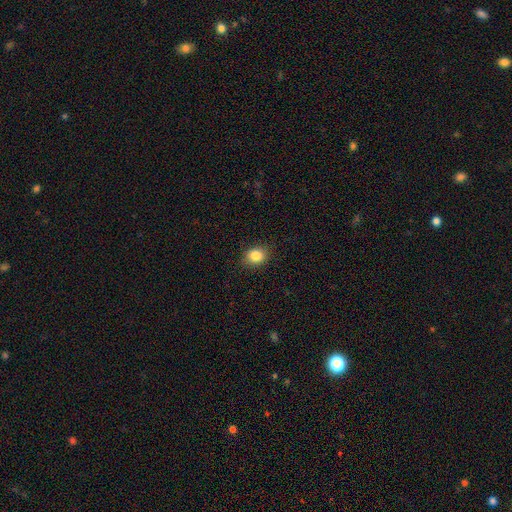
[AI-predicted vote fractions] Morphology: type=smooth (85%); roundness=round (56%); merging=none (87%).